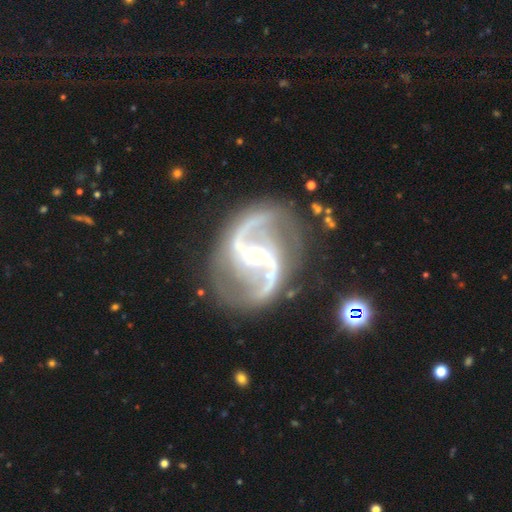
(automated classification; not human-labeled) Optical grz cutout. It shows a featured or disk galaxy (92%) with a strong bar (37%), 2 (94%) medium (56%) spiral arms (98%) and a small central bulge (64%). Merging: none (79%).